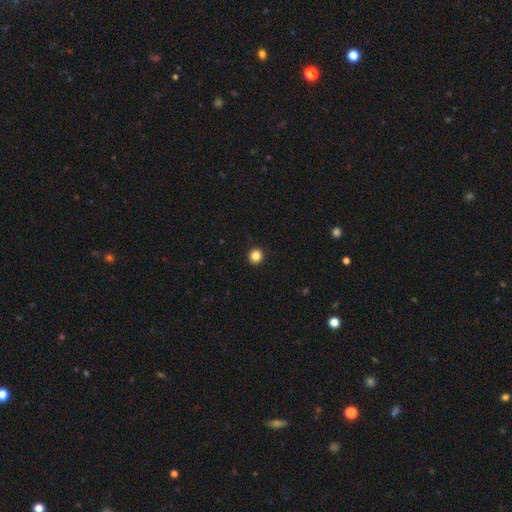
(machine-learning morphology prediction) smooth-or-featured: smooth: 85% | star or artifact: 11% | featured or disk: 4%
  how-rounded: round: 92% | in between: 7% | cigar-shaped: 1%
  merging: none: 93% | minor disturbance: 4% | major disturbance: 1% | merger: 1%